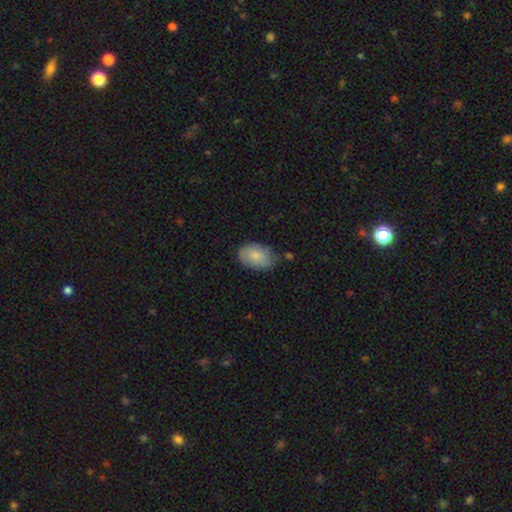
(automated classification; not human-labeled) Smooth or featured: smooth — 79% (featured or disk — 15%)
How rounded: in between — 86% (round — 13%)
Merging: none — 65% (minor disturbance — 27%)